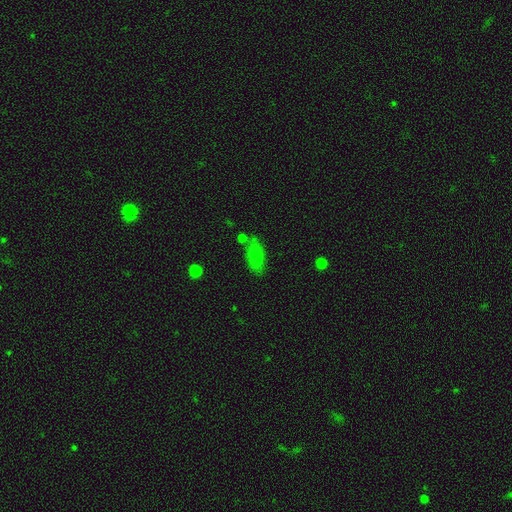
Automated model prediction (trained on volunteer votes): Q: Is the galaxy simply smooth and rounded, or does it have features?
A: smooth — 79%.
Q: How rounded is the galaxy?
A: in between — 86%.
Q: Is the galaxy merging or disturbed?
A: none — 66%.